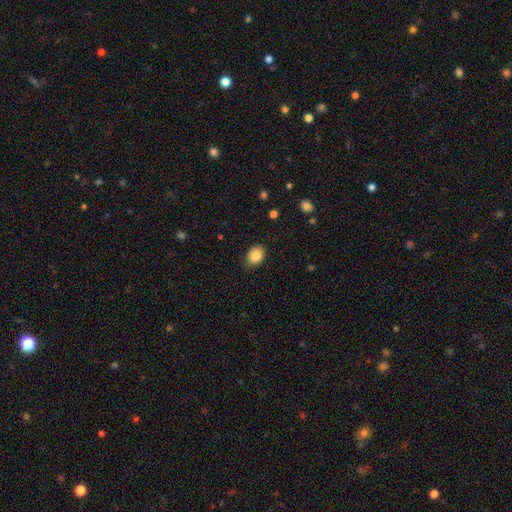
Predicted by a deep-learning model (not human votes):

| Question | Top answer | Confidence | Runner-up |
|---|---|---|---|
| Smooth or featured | smooth | 85% | star or artifact (8%) |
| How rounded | in between | 64% | round (35%) |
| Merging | none | 83% | minor disturbance (13%) |